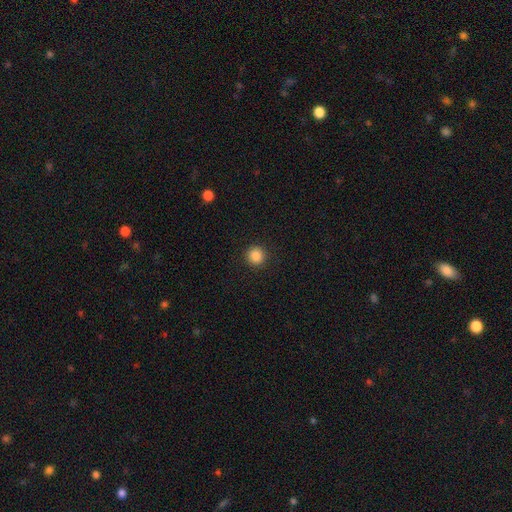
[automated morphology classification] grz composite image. It shows a smooth galaxy with no disk features (86%) that is round (95%). Merging: none (92%).